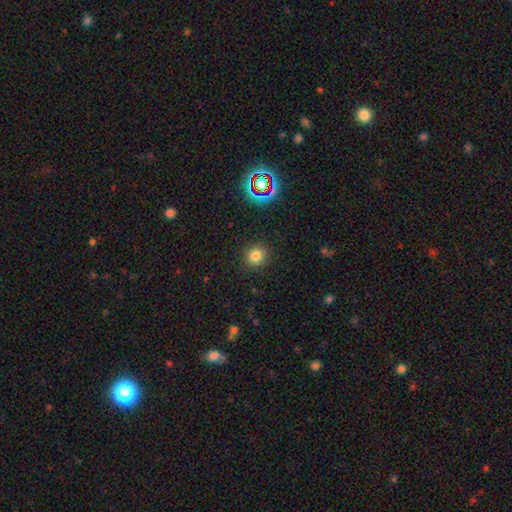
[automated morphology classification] type=smooth (78%); roundness=round (91%); merging=none (90%).